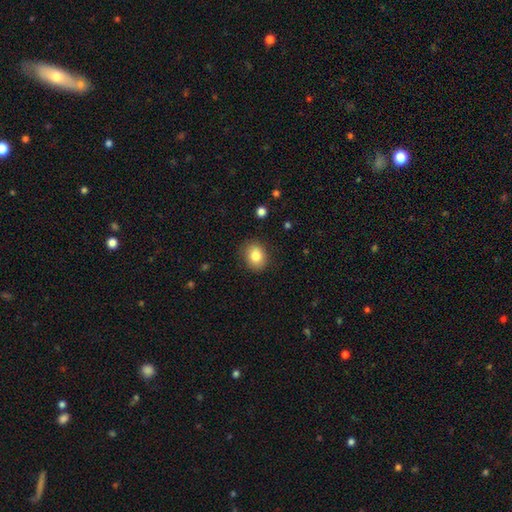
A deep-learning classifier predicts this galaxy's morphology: type=smooth (84%); roundness=round (56%); merging=none (87%).